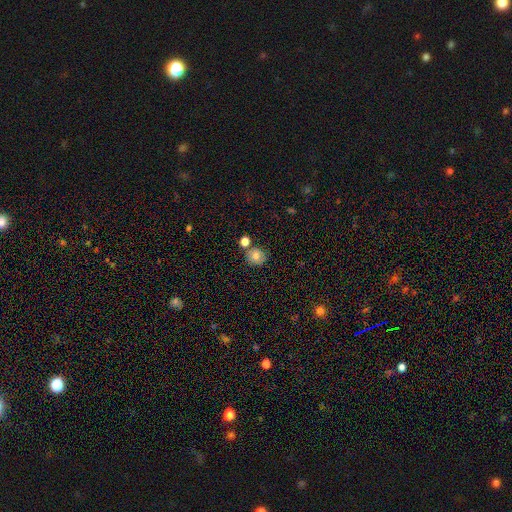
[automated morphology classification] A smooth galaxy with no disk features (78%) that is round (88%).

Vote fractions:
- Smooth or featured? smooth: 78% / star or artifact: 11% / featured or disk: 11%
- How rounded? round: 88% / in between: 11% / cigar-shaped: 1%
- Merging? none: 72% / merger: 14% / minor disturbance: 11% / major disturbance: 3%